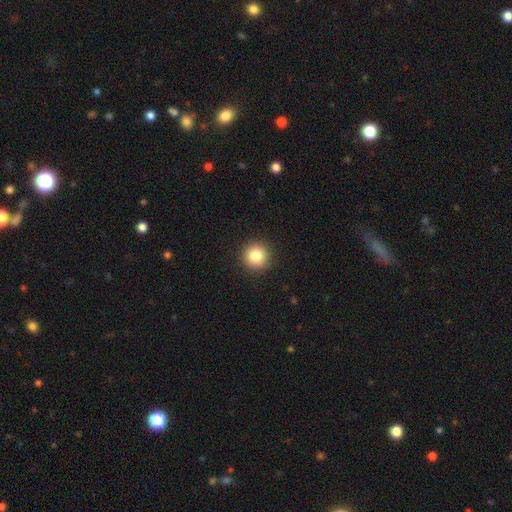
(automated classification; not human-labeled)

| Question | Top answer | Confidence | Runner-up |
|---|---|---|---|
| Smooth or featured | smooth | 83% | star or artifact (10%) |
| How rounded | round | 95% | in between (4%) |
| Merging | none | 91% | minor disturbance (6%) |